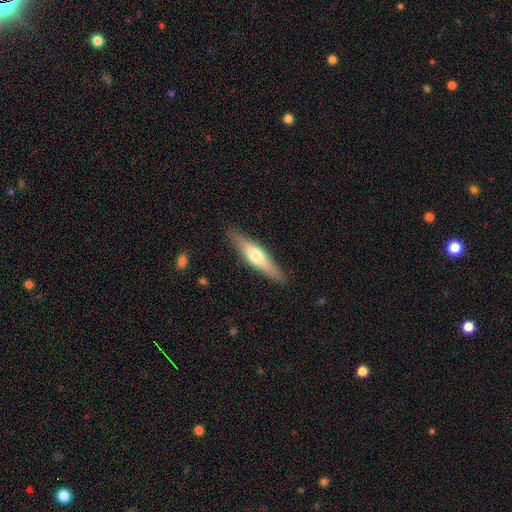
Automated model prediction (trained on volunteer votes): This appears to be a featured or disk galaxy (47%, tied with smooth). Merging: none (89%).